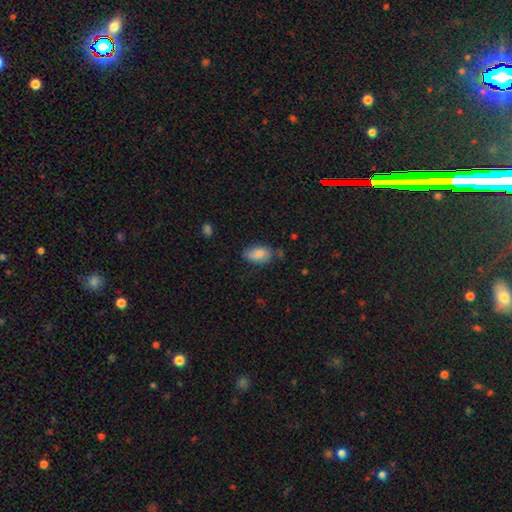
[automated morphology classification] Smooth or featured? Predicted: smooth (p=0.81). How rounded? Predicted: in between (p=0.92). Merging? Predicted: none (p=0.65).